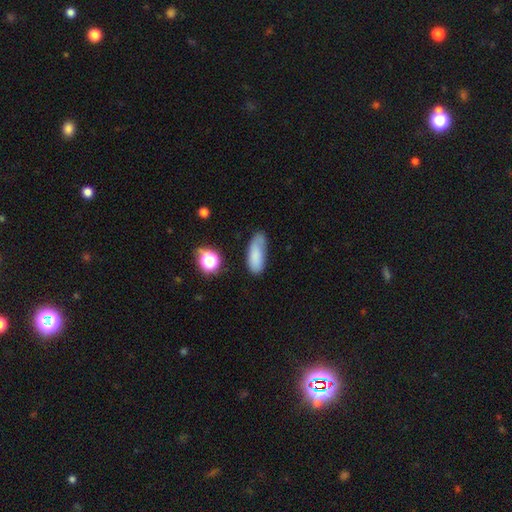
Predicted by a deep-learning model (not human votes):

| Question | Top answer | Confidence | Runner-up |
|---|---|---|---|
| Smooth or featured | smooth | 77% | featured or disk (12%) |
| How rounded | in between | 72% | cigar-shaped (24%) |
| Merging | none | 53% | minor disturbance (30%) |